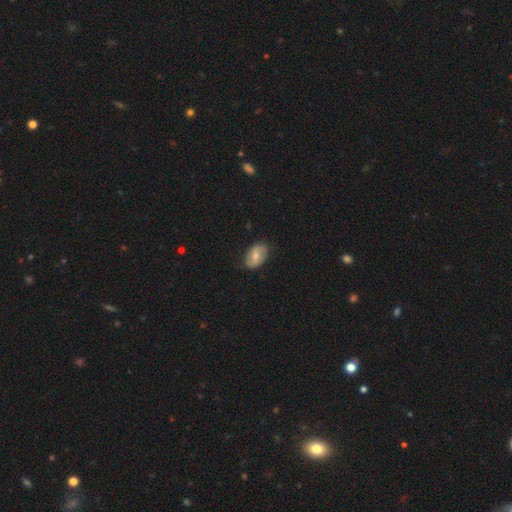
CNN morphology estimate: smooth 51%, featured or disk 43%, star or artifact 6%. Down the decision tree: how rounded — in between (87%); merging — none (81%).